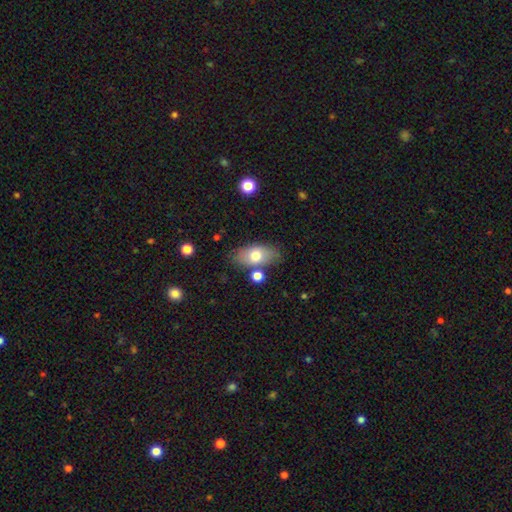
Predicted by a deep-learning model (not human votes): A smooth galaxy with no disk features (71%) that is in between round and cigar-shaped (89%).

Vote fractions:
- Smooth or featured? smooth: 71% / featured or disk: 22% / star or artifact: 7%
- How rounded? in between: 89% / round: 7% / cigar-shaped: 4%
- Merging? none: 73% / minor disturbance: 15% / merger: 7% / major disturbance: 4%